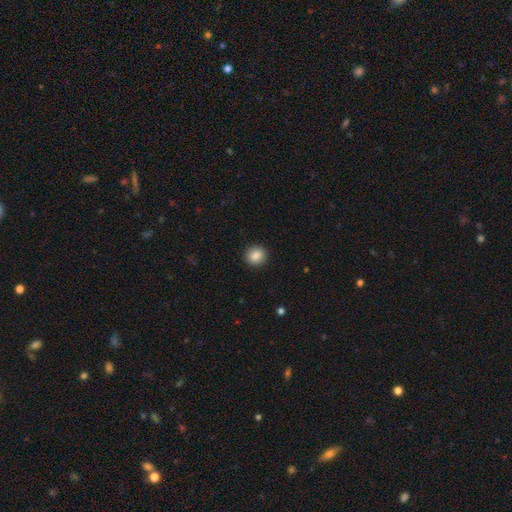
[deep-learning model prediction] The model was most divided on "how rounded": round: 86%, in between: 13%, cigar-shaped: 1%. More confident: merging — none (92%); smooth or featured — smooth (88%).